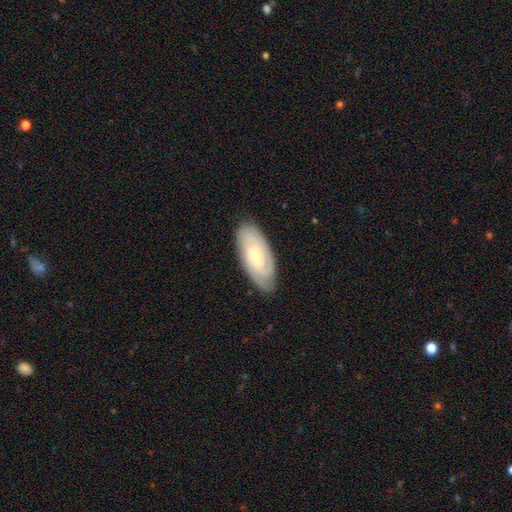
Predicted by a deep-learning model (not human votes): Smooth or featured: featured or disk — 64% (smooth — 30%)
Edge-on disk: no — 92% (yes — 8%)
Bar: no — 62% (weak — 31%)
Spiral arms: yes — 89% (no — 11%)
Spiral winding: tight — 70% (medium — 24%)
Spiral arm count: can't tell — 45% (2 — 30%)
Bulge size: small — 71% (moderate — 23%)
Merging: none — 80% (minor disturbance — 15%)